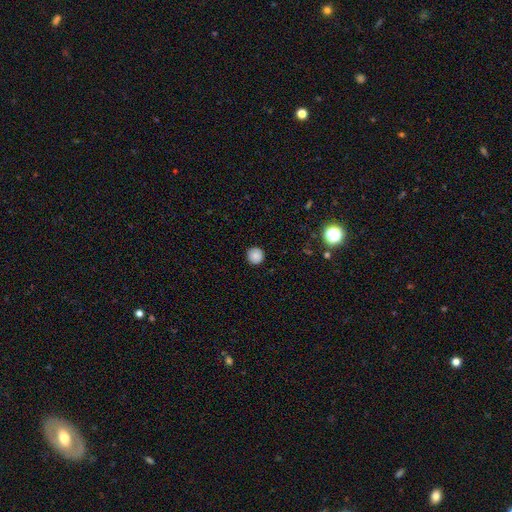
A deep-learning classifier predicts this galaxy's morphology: type=smooth (84%); roundness=round (95%); merging=none (89%).